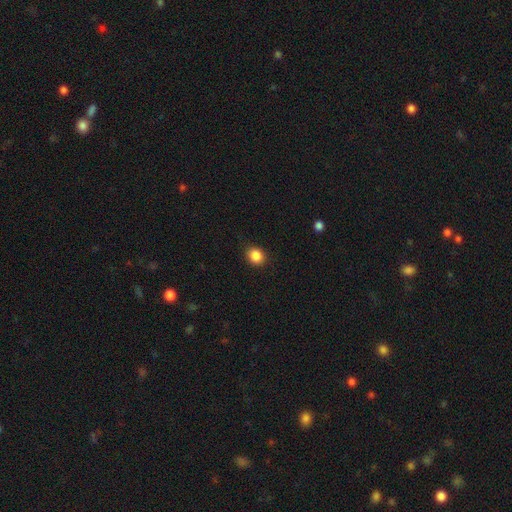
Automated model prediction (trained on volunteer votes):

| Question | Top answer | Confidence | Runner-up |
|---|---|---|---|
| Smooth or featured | smooth | 87% | star or artifact (10%) |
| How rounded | round | 73% | in between (26%) |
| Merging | none | 88% | minor disturbance (9%) |